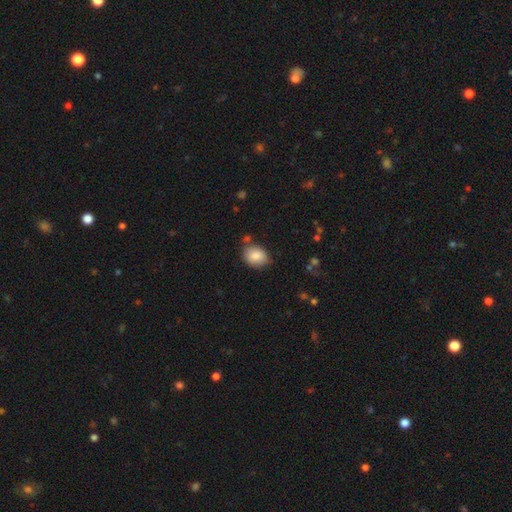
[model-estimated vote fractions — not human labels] smooth-or-featured: smooth: 85% | star or artifact: 8% | featured or disk: 7%
  how-rounded: in between: 60% | round: 40% | cigar-shaped: 1%
  merging: none: 73% | minor disturbance: 18% | merger: 5% | major disturbance: 4%